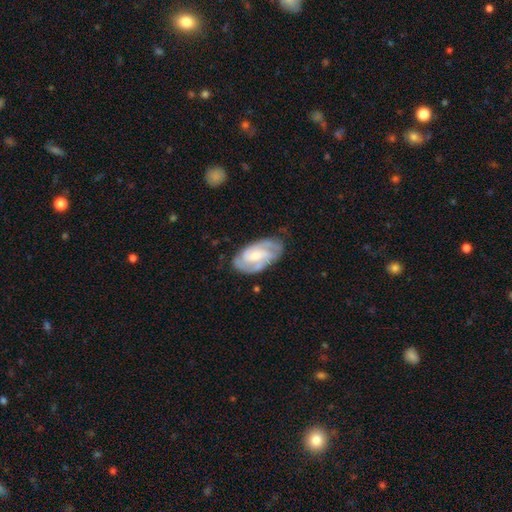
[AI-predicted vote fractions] A featured or disk galaxy (83%) with no bar (46%), 2 (46%) tight (52%) spiral arms (96%) and a small central bulge (50%). Merging: none (75%).